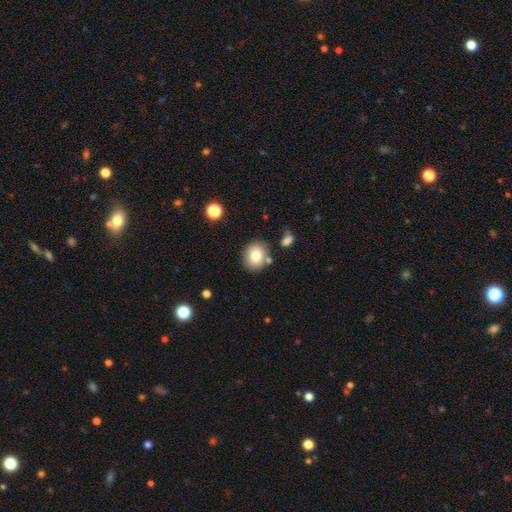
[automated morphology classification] smooth 81%, featured or disk 10%, star or artifact 9%. Down the decision tree: how rounded — round (67%); merging — none (77%).